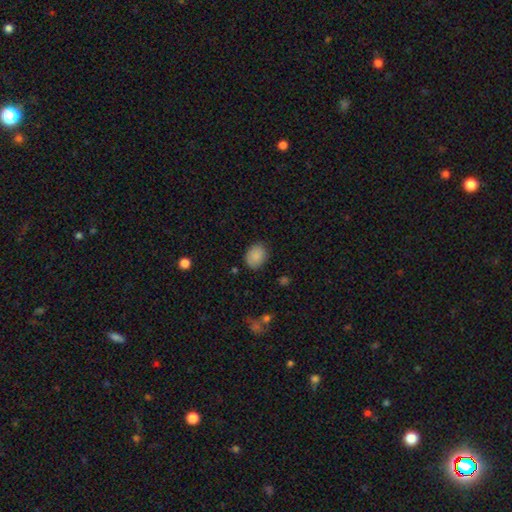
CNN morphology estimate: Smooth or featured? Predicted: smooth (p=0.87). How rounded? Predicted: in between (p=0.59). Merging? Predicted: none (p=0.82).